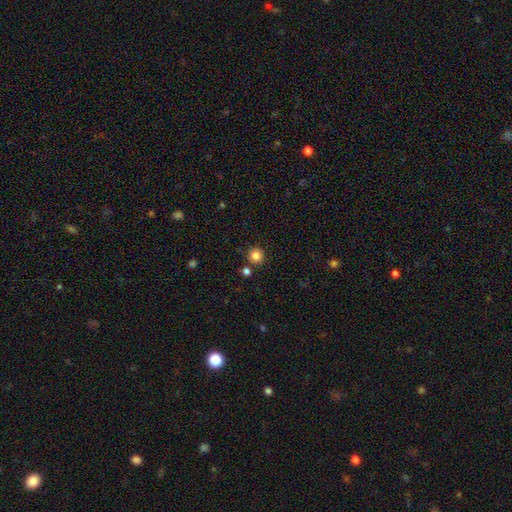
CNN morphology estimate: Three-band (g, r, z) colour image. It shows a smooth galaxy with no disk features (84%) that is round (94%). Merging: none (85%).